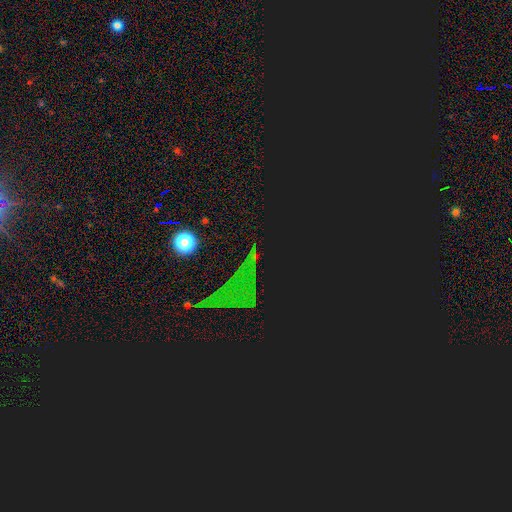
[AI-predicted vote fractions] This is likely a star or artifact rather than a galaxy (79%).